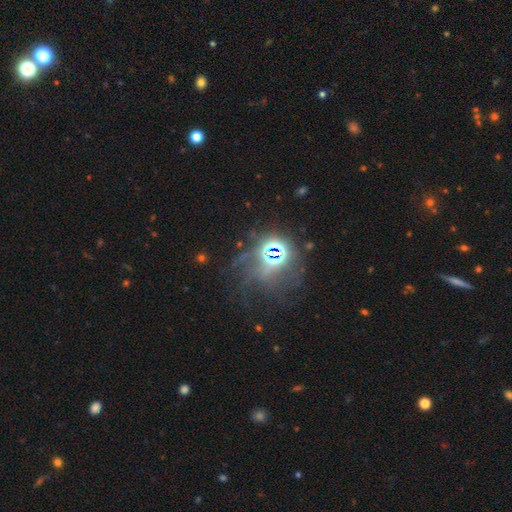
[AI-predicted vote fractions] Smooth or featured? star or artifact (61%)